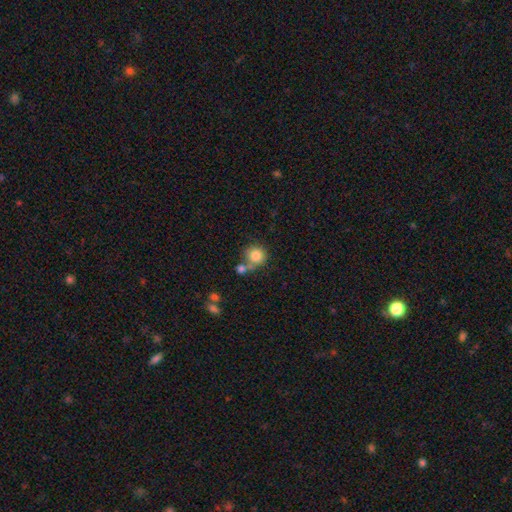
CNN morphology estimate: A smooth galaxy with no disk features (82%) that is round (90%). Merging: none (56%).